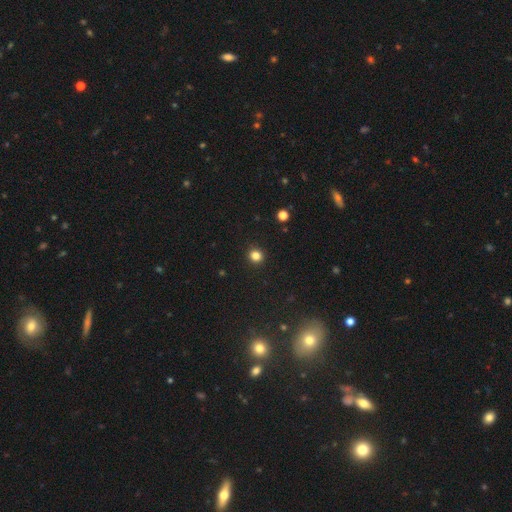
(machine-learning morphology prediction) smooth 83%, star or artifact 13%, featured or disk 4%. Down the decision tree: how rounded — round (91%); merging — none (93%).